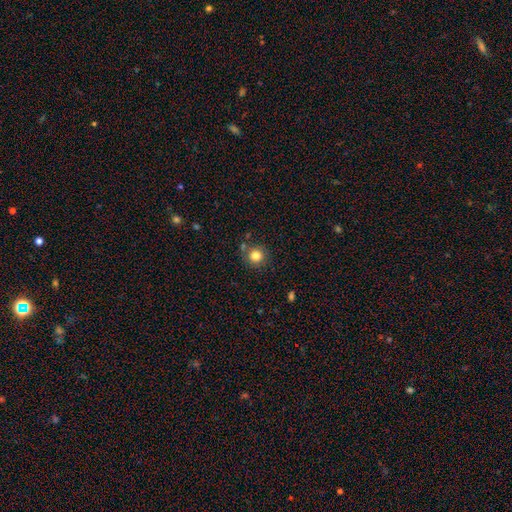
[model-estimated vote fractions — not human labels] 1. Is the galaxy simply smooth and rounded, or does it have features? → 82% smooth, 11% star or artifact, 7% featured or disk.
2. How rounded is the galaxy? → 93% round, 6% in between, 1% cigar-shaped.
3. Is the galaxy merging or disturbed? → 80% none, 10% minor disturbance, 7% merger, 3% major disturbance.